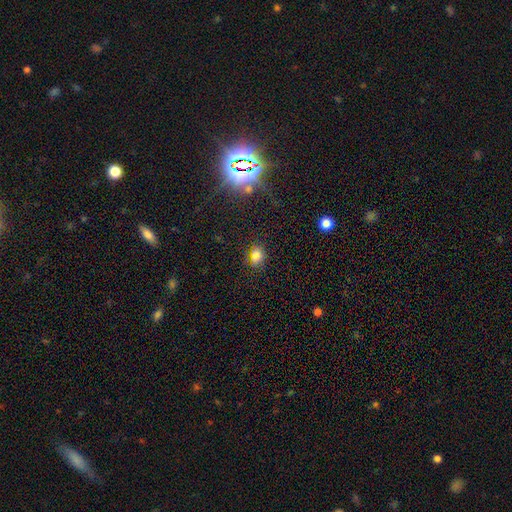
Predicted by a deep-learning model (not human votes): Overall: smooth (74%). How rounded: in between (59%; round 39%). Merging: none (79%).